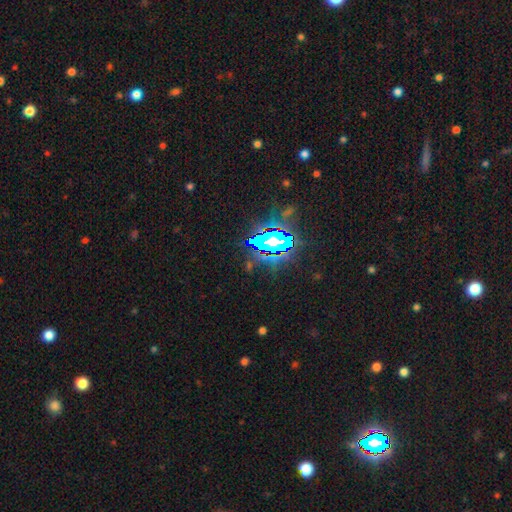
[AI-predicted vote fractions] star or artifact 78%, smooth 13%, featured or disk 10%.